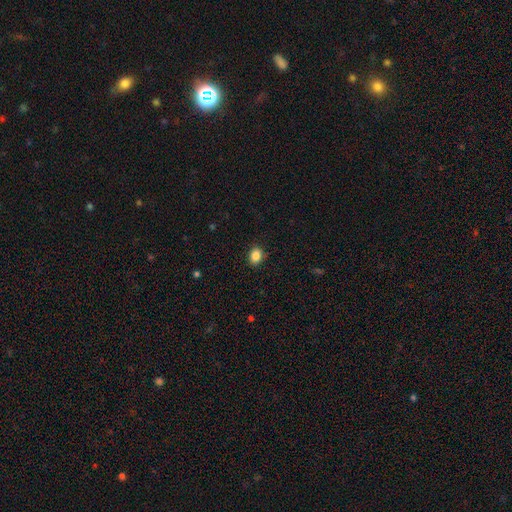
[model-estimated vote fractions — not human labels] This is clearly a smooth galaxy (86%). How rounded: possibly in between (54%). Merging: clearly none (88%).